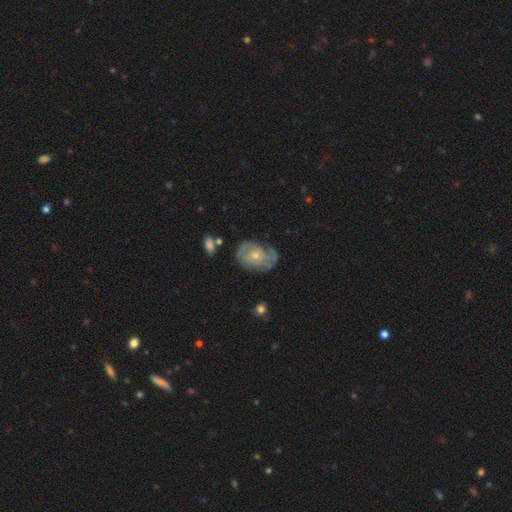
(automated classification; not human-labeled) Q: Smooth or featured?
A: featured or disk (63%); runner-up: smooth (30%)
Q: Edge-on disk?
A: no (96%); runner-up: yes (4%)
Q: Bar?
A: no (81%); runner-up: weak (17%)
Q: Spiral arms?
A: yes (69%); runner-up: no (31%)
Q: Bulge size?
A: small (56%); runner-up: moderate (39%)
Q: Merging?
A: none (56%); runner-up: minor disturbance (27%)